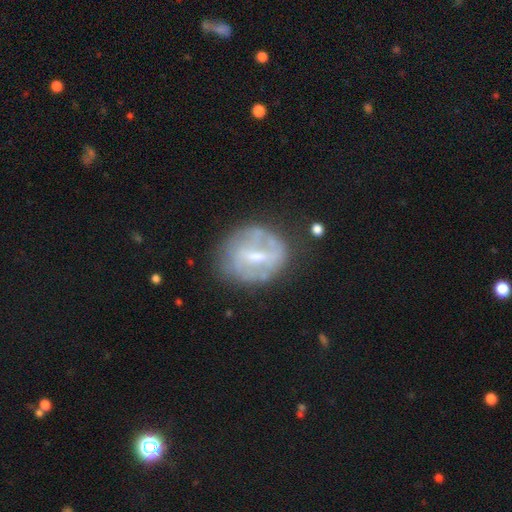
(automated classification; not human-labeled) Morphology: type=featured or disk (69%); edge-on=no (96%); bar=weak (48%); spiral arms=yes (55%); bulge=small (48%); merging=none (65%).